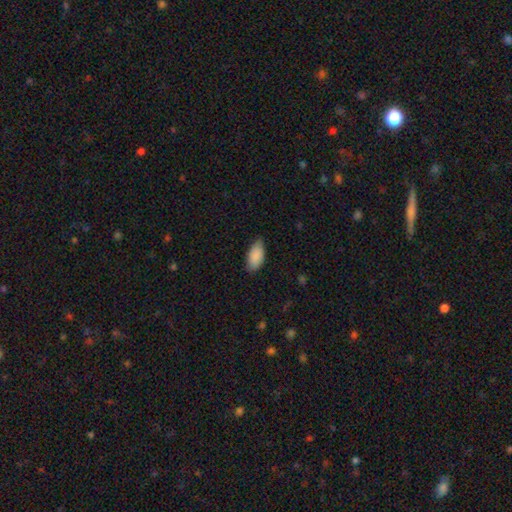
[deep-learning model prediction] Q: Smooth or featured?
A: smooth (89%); runner-up: star or artifact (6%)
Q: How rounded?
A: in between (93%); runner-up: cigar-shaped (5%)
Q: Merging?
A: none (77%); runner-up: minor disturbance (19%)